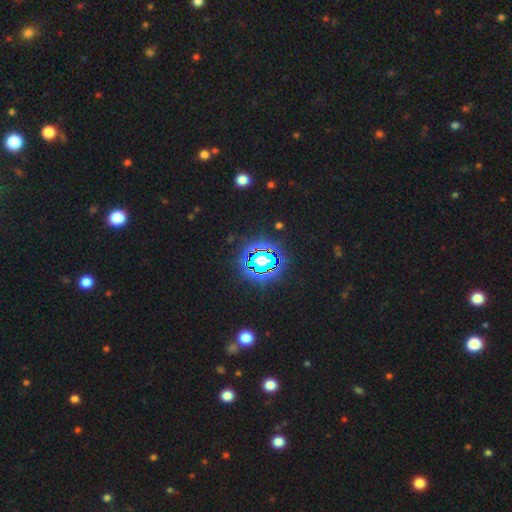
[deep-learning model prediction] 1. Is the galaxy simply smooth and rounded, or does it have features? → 75% star or artifact, 16% smooth, 9% featured or disk.